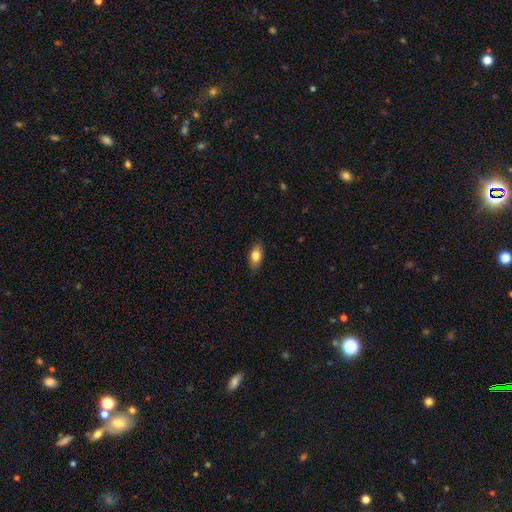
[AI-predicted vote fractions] Smooth or featured? smooth (79%)
How rounded? in between (87%)
Merging? none (87%)